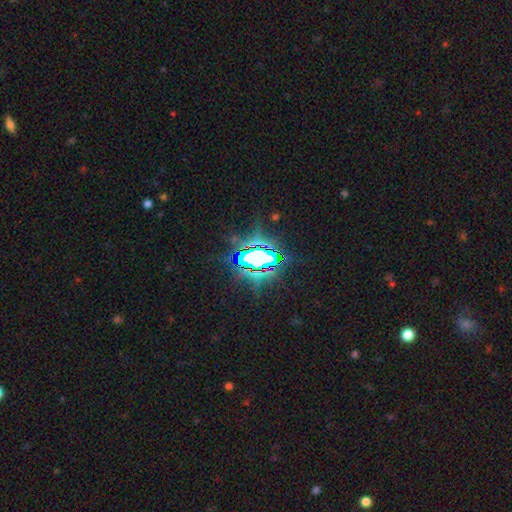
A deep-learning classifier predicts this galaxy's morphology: Overall: star or artifact (70%).